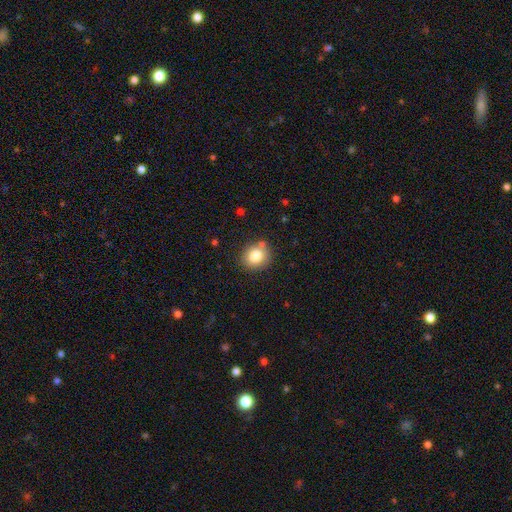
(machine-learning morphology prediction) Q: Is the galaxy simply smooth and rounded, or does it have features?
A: smooth — 81%.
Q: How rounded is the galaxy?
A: round — 74%.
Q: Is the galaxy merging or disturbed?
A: none — 81%.